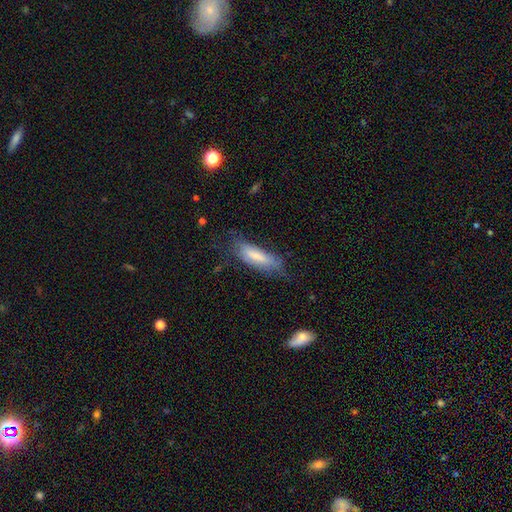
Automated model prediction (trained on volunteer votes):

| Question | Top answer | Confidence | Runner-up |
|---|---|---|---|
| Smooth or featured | smooth | 61% | featured or disk (31%) |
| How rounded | cigar-shaped | 54% | in between (44%) |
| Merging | none | 54% | minor disturbance (29%) |